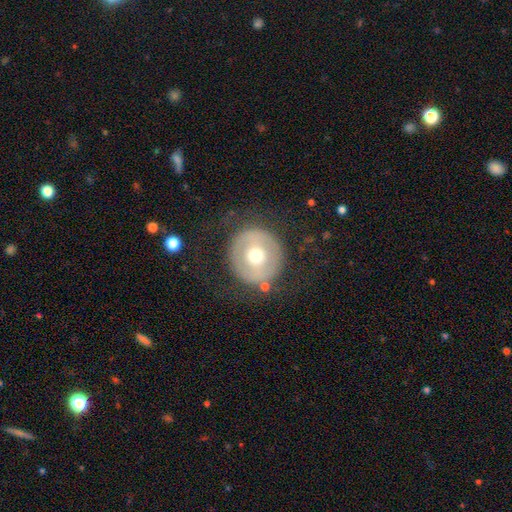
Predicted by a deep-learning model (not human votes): Smooth or featured? Predicted: smooth (p=0.46, tied with featured or disk). Merging? Predicted: none (p=0.79).